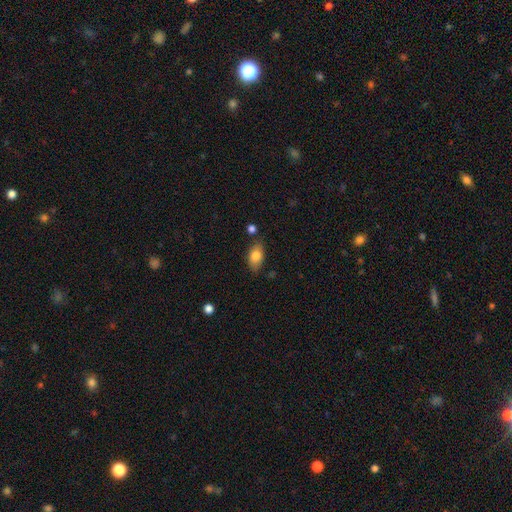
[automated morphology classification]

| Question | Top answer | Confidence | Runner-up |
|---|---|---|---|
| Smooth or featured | smooth | 81% | featured or disk (12%) |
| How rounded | in between | 89% | round (7%) |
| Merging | none | 73% | minor disturbance (19%) |